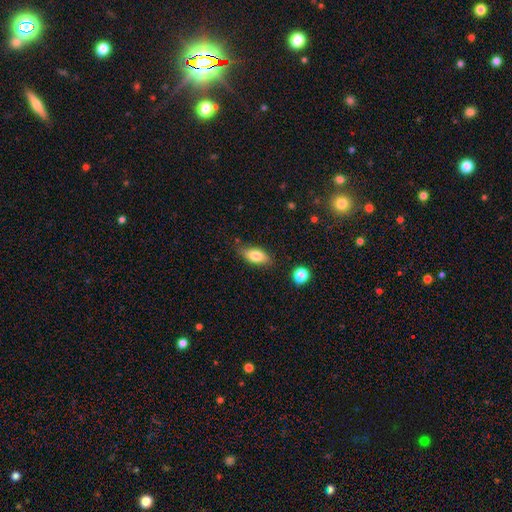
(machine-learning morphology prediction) This is likely a smooth galaxy (78%). How rounded: clearly in between (86%). Merging: likely none (78%).